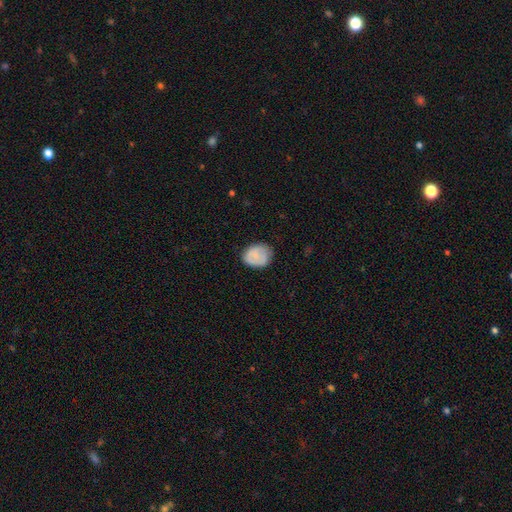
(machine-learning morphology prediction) A smooth galaxy with no disk features (78%) that is in between round and cigar-shaped (51%).

Vote fractions:
- Smooth or featured? smooth: 78% / featured or disk: 15% / star or artifact: 7%
- How rounded? in between: 51% / round: 48% / cigar-shaped: 1%
- Merging? none: 77% / minor disturbance: 18% / major disturbance: 4% / merger: 1%